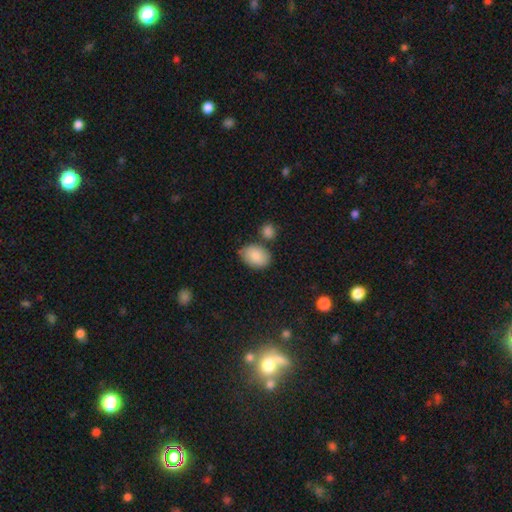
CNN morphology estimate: type=smooth (86%); roundness=in between (83%); merging=none (69%).